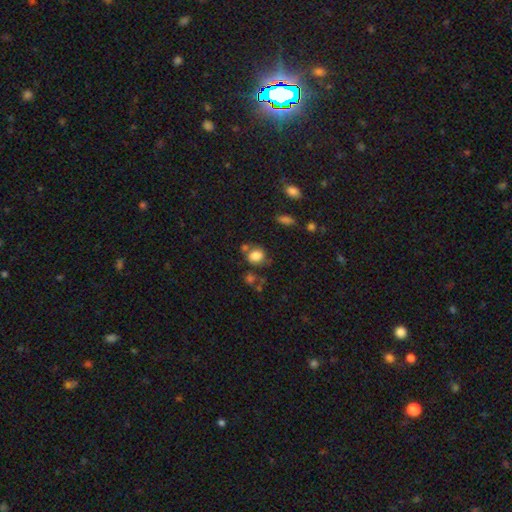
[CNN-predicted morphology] Smooth or featured? Predicted: smooth (p=0.81). How rounded? Predicted: round (p=0.51). Merging? Predicted: none (p=0.57).